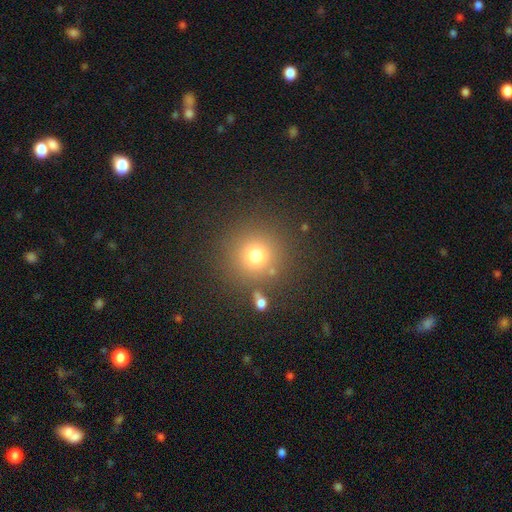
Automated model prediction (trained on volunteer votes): smooth-or-featured: smooth: 73% | star or artifact: 18% | featured or disk: 9%
  how-rounded: round: 94% | in between: 5% | cigar-shaped: 1%
  merging: none: 83% | minor disturbance: 8% | merger: 5% | major disturbance: 4%